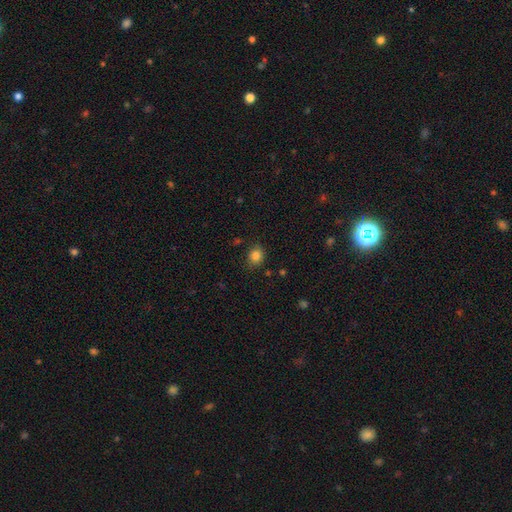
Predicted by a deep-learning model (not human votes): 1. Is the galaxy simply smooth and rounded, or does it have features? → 84% smooth, 12% star or artifact, 4% featured or disk.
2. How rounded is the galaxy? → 64% round, 35% in between, 1% cigar-shaped.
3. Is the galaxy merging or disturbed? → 82% none, 13% minor disturbance, 3% major disturbance, 2% merger.